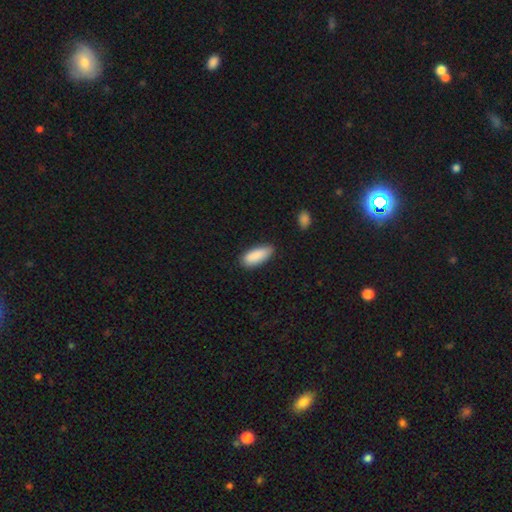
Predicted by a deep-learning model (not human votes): Q: Smooth or featured?
A: smooth (89%); runner-up: star or artifact (6%)
Q: How rounded?
A: in between (75%); runner-up: cigar-shaped (23%)
Q: Merging?
A: none (78%); runner-up: minor disturbance (17%)